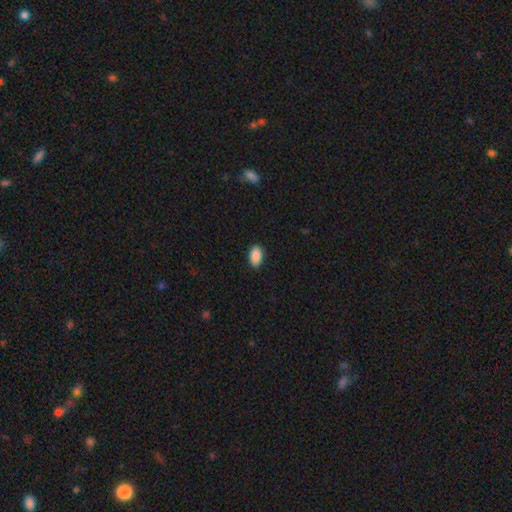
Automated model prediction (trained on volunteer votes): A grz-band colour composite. It shows a smooth galaxy with no disk features (90%) that is in between round and cigar-shaped (92%). Merging: none (87%).